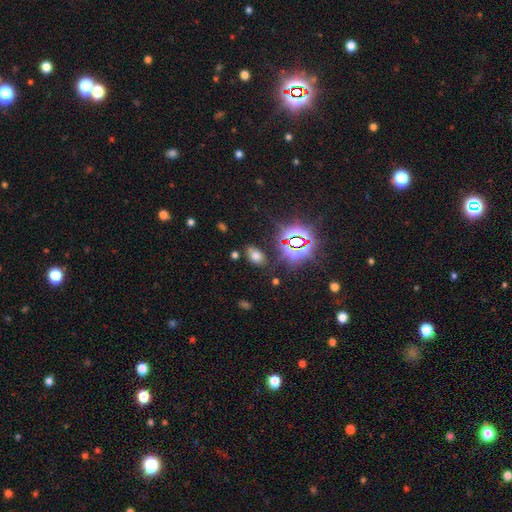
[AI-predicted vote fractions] smooth 58%, star or artifact 33%, featured or disk 10%. Down the decision tree: how rounded — in between (87%); merging — none (75%).